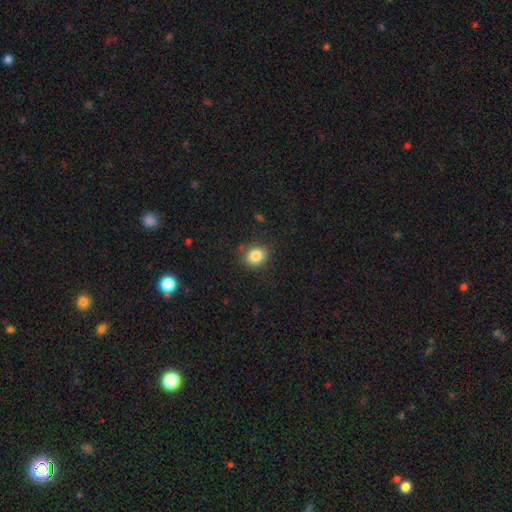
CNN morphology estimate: Smooth or featured?
  - smooth: 84% *
  - star or artifact: 11%
  - featured or disk: 6%
How rounded?
  - round: 66% *
  - in between: 33%
  - cigar-shaped: 1%
Merging?
  - none: 83% *
  - minor disturbance: 11%
  - major disturbance: 3%
  - merger: 2%